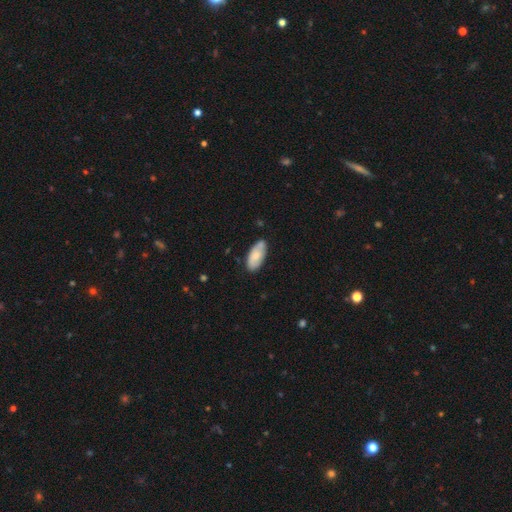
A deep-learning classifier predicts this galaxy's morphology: Smooth or featured? smooth (73%)
How rounded? in between (89%)
Merging? none (77%)